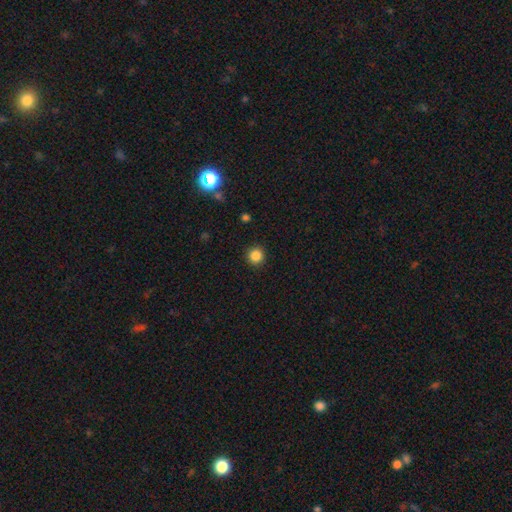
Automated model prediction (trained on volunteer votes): Smooth or featured? smooth (85%)
How rounded? round (94%)
Merging? none (92%)